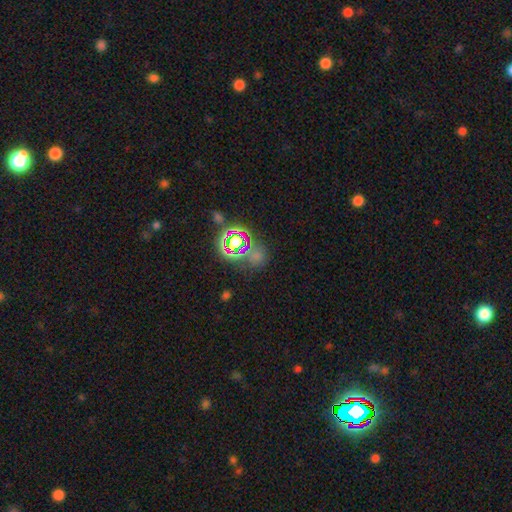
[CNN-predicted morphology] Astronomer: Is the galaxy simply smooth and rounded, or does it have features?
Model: star or artifact — 64%.